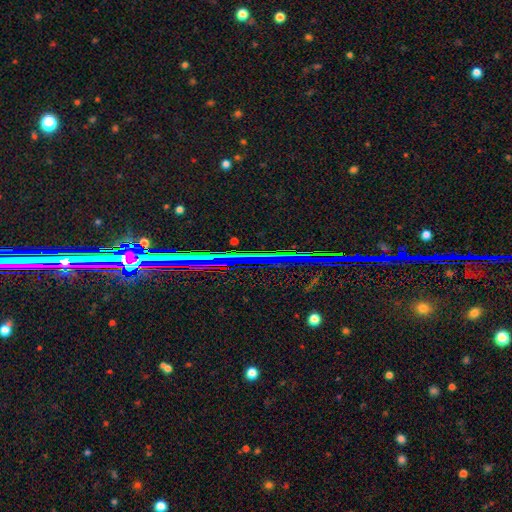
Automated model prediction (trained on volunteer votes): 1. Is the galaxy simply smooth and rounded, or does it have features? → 80% star or artifact, 12% featured or disk, 8% smooth.